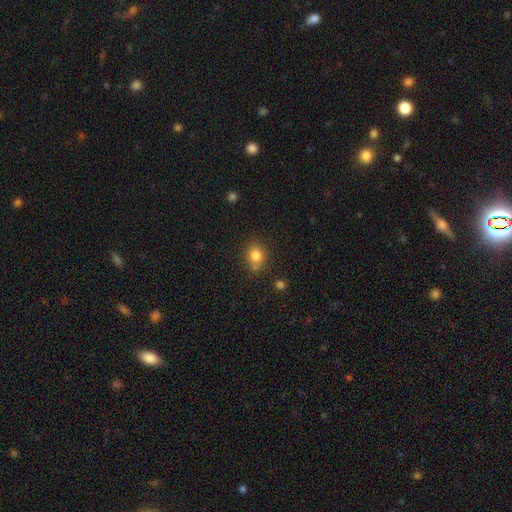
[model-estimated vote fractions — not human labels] A smooth galaxy with no disk features (81%) that is round (72%).

Vote fractions:
- Smooth or featured? smooth: 81% / star or artifact: 12% / featured or disk: 7%
- How rounded? round: 72% / in between: 27% / cigar-shaped: 1%
- Merging? none: 68% / minor disturbance: 15% / merger: 13% / major disturbance: 4%